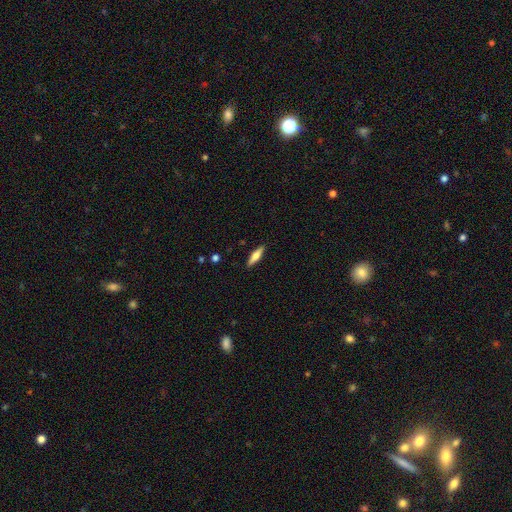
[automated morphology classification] Smooth or featured? smooth (54%)
How rounded? cigar-shaped (67%)
Merging? none (89%)